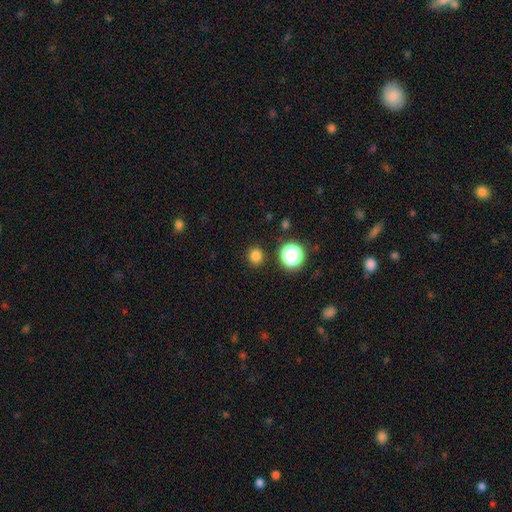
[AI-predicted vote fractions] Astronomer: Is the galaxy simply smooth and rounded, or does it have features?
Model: smooth — 80%.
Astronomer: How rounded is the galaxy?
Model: round — 84%.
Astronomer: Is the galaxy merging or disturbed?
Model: none — 89%.